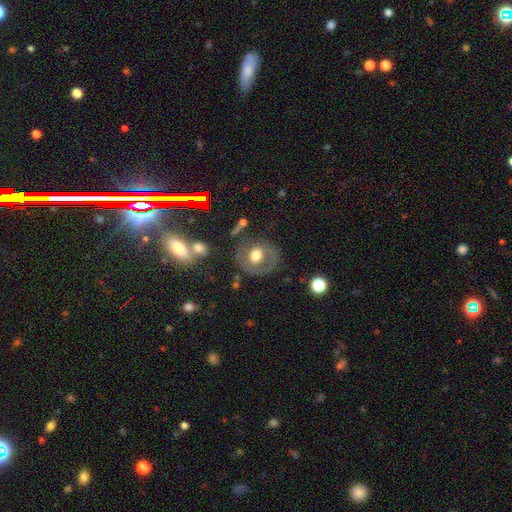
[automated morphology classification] Smooth or featured?
  - smooth: 46% * (tied)
  - featured or disk: 46% * (tied)
  - star or artifact: 8%
Merging?
  - none: 68% *
  - minor disturbance: 17%
  - major disturbance: 11%
  - merger: 4%